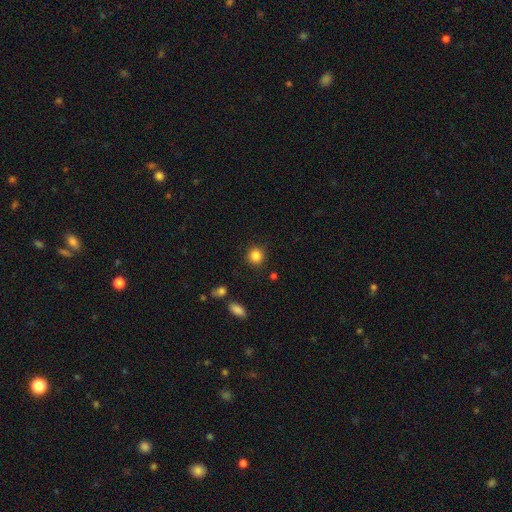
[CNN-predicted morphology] This is clearly a smooth galaxy (85%). How rounded: clearly round (90%). Merging: clearly none (88%).